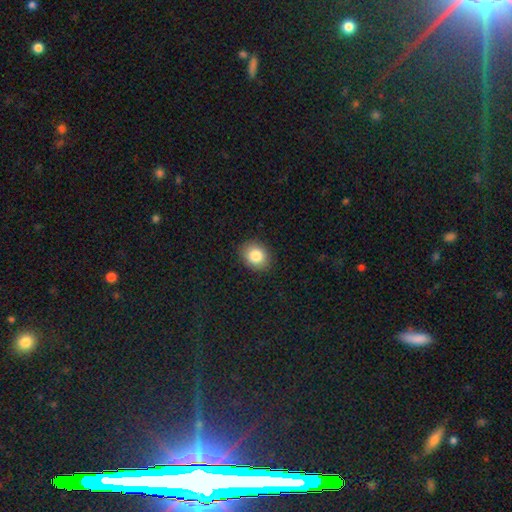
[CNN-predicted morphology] A smooth galaxy with no disk features (84%) that is round (51%). Merging: none (89%).